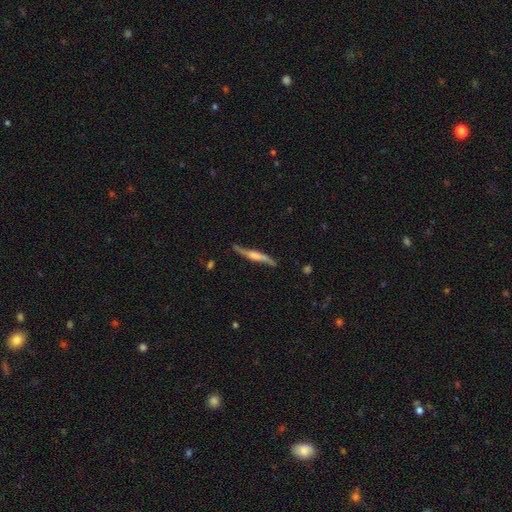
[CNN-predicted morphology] A featured or disk galaxy (68%) viewed edge-on (75%) with a rounded central bulge (50%).

Vote fractions:
- Smooth or featured? featured or disk: 68% / smooth: 27% / star or artifact: 6%
- Edge-on disk? yes: 75% / no: 25%
- Edge-on bulge? rounded: 50% / boxy: 29% / none: 21%
- Merging? none: 71% / minor disturbance: 21% / major disturbance: 6% / merger: 3%